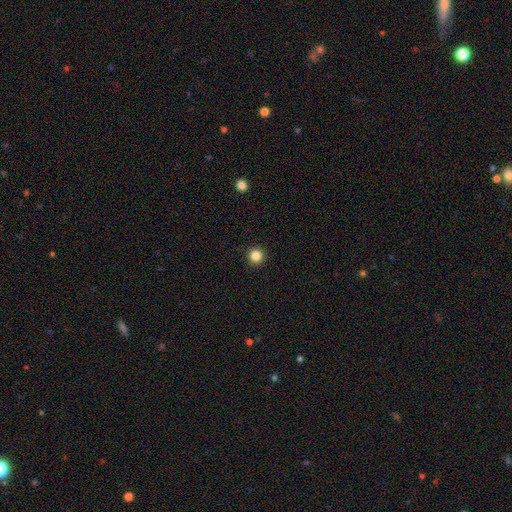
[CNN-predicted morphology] Q: Smooth or featured?
A: smooth (85%); runner-up: star or artifact (12%)
Q: How rounded?
A: round (96%); runner-up: in between (3%)
Q: Merging?
A: none (93%); runner-up: minor disturbance (4%)